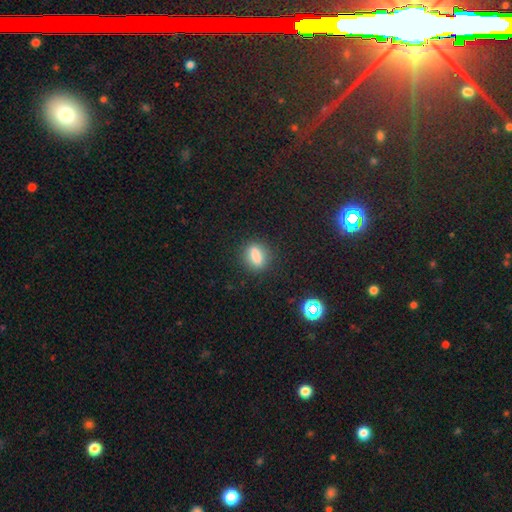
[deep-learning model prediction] smooth 80%, star or artifact 11%, featured or disk 9%. Down the decision tree: how rounded — in between (61%); merging — none (85%).